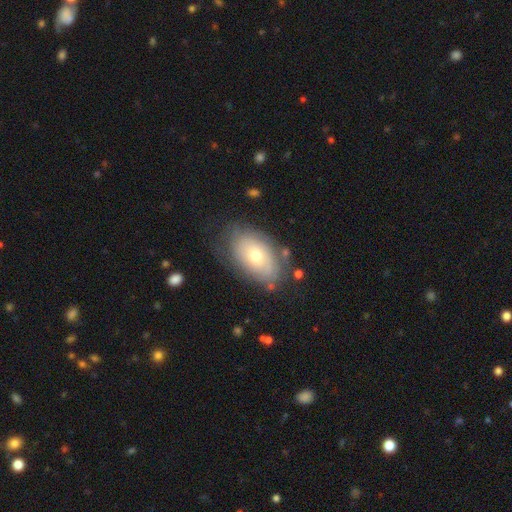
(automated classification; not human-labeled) This appears to be a smooth galaxy with no disk features (53%) that is in between round and cigar-shaped (90%). Merging: none (70%).